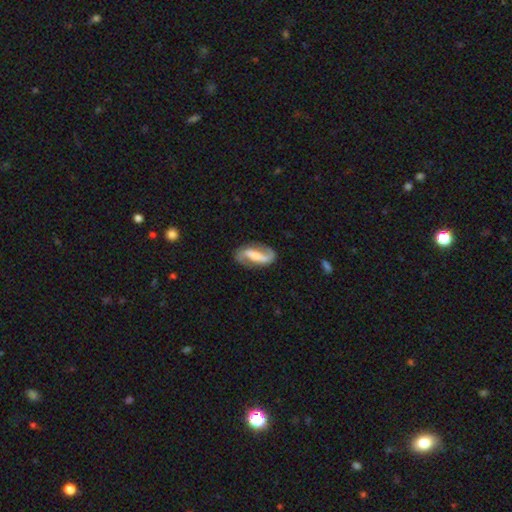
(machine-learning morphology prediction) The model was most divided on "bulge size": moderate: 37%, small: 28%, none: 18%, large: 14%, dominant: 2%. Remaining: edge-on disk — no (95%); spiral arms — yes (95%); spiral arm count — 2 (93%); smooth or featured — featured or disk (84%); merging — none (82%); bar — strong (56%); spiral winding — loose (49%).